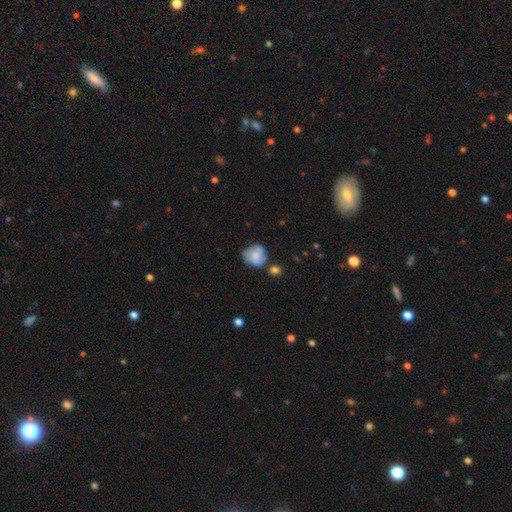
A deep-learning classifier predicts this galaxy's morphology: smooth-or-featured: smooth: 66% | featured or disk: 26% | star or artifact: 8%
  how-rounded: round: 78% | in between: 21% | cigar-shaped: 1%
  merging: none: 55% | minor disturbance: 28% | merger: 9% | major disturbance: 8%